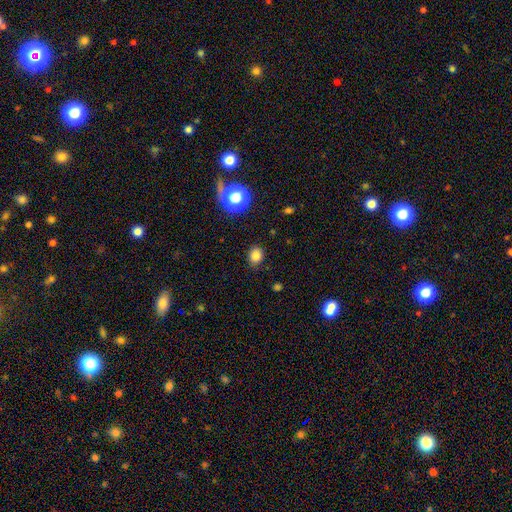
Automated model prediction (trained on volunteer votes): smooth_or_featured: smooth (p=0.82) [alt: star or artifact p=0.14]
how_rounded: round (p=0.63) [alt: in between p=0.36]
merging: none (p=0.86) [alt: minor disturbance p=0.10]